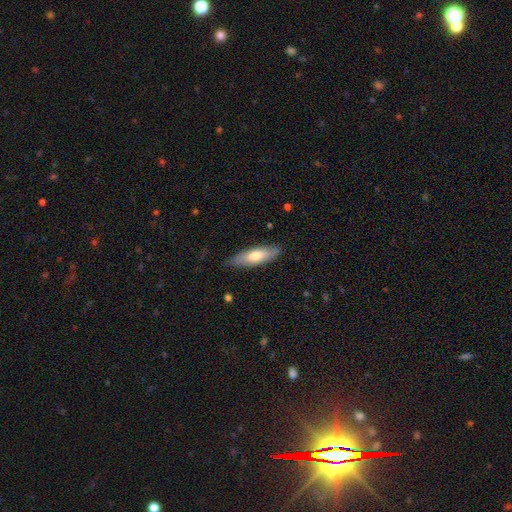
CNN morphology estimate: A smooth galaxy with no disk features (66%) that is in between round and cigar-shaped (52%).

Vote fractions:
- Smooth or featured? smooth: 66% / featured or disk: 28% / star or artifact: 5%
- How rounded? in between: 52% / cigar-shaped: 47% / round: 2%
- Merging? none: 80% / minor disturbance: 17% / major disturbance: 3% / merger: 1%